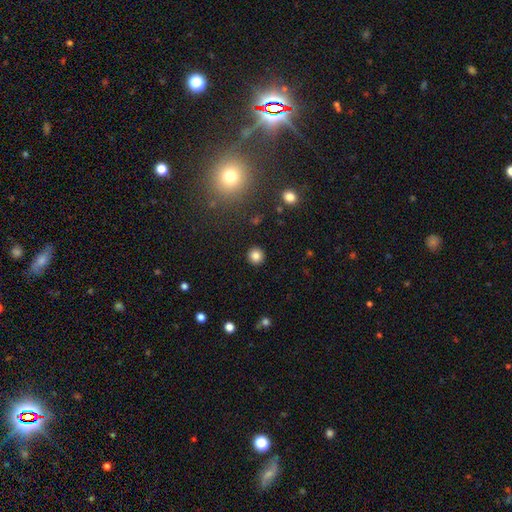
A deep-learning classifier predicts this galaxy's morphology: type=smooth (83%); roundness=round (94%); merging=none (92%).